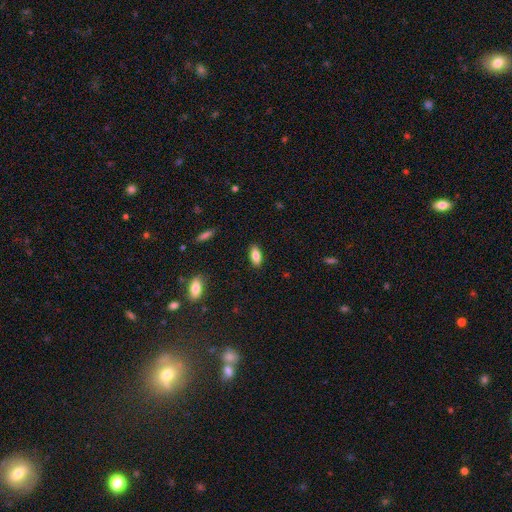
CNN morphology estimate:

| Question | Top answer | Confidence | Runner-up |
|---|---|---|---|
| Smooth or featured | smooth | 81% | featured or disk (12%) |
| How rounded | in between | 84% | cigar-shaped (14%) |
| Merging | none | 88% | minor disturbance (9%) |